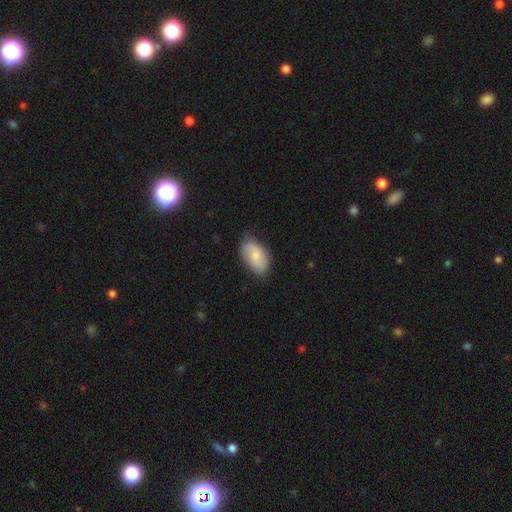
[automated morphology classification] Overall: smooth (70%). How rounded: in between (94%). Merging: none (71%).